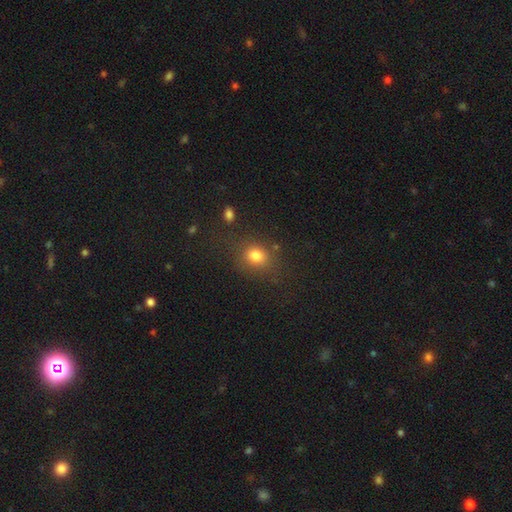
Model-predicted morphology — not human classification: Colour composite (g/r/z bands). It shows a smooth galaxy with no disk features (78%) that is round (64%). Merging: none (74%).